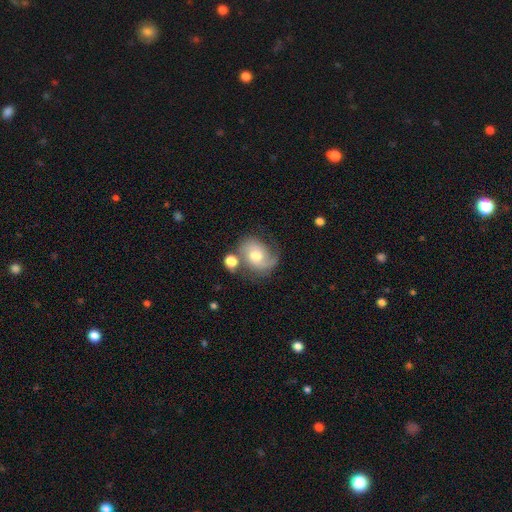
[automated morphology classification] smooth_or_featured: featured or disk (p=0.67) [alt: smooth p=0.25]
disk_edge_on: no (p=0.97) [alt: yes p=0.03]
bar: no (p=0.64) [alt: weak p=0.31]
has_spiral_arms: yes (p=0.91) [alt: no p=0.09]
spiral_winding: medium (p=0.46) [alt: loose p=0.31]
spiral_arm_count: 2 (p=0.69) [alt: 1 p=0.18]
bulge_size: moderate (p=0.67) [alt: small p=0.22]
merging: none (p=0.52) [alt: minor disturbance p=0.20]